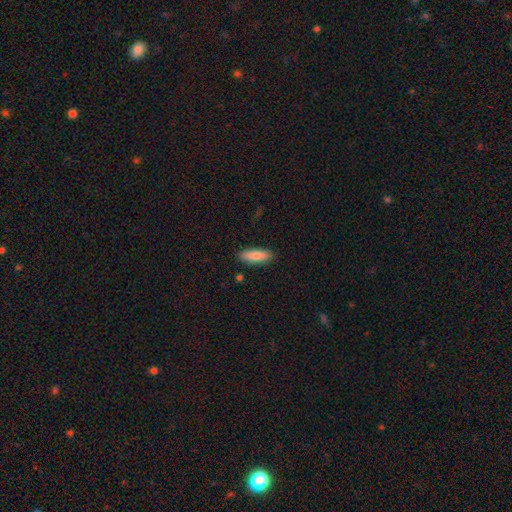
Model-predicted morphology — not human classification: type=smooth (84%); roundness=in between (56%); merging=none (88%).